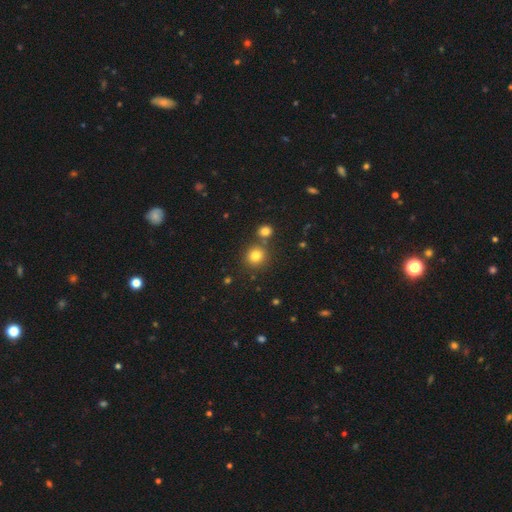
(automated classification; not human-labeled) The model was most divided on "merging": none: 74%, merger: 16%, minor disturbance: 8%, major disturbance: 3%. More confident: how rounded — round (89%); smooth or featured — smooth (80%).